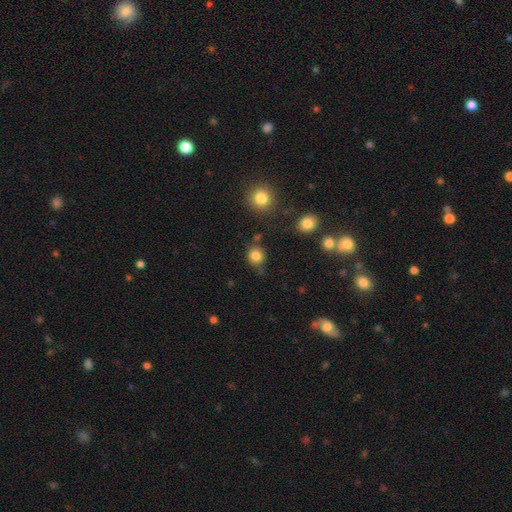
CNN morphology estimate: smooth-or-featured: smooth: 82% | star or artifact: 12% | featured or disk: 6%
  how-rounded: round: 87% | in between: 12% | cigar-shaped: 1%
  merging: none: 78% | minor disturbance: 13% | merger: 6% | major disturbance: 4%